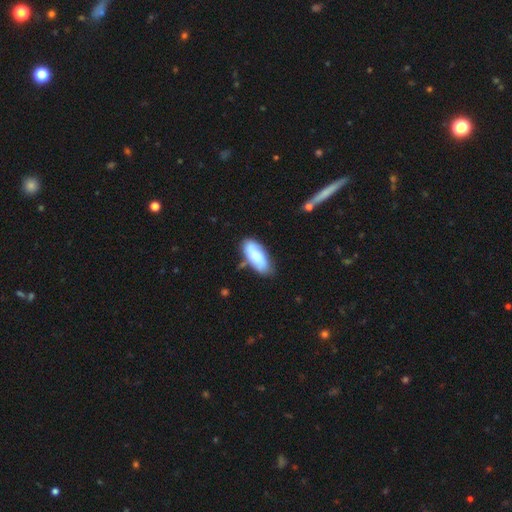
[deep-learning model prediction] Q: Smooth or featured?
A: smooth (73%); runner-up: featured or disk (21%)
Q: How rounded?
A: in between (84%); runner-up: cigar-shaped (14%)
Q: Merging?
A: none (71%); runner-up: minor disturbance (20%)